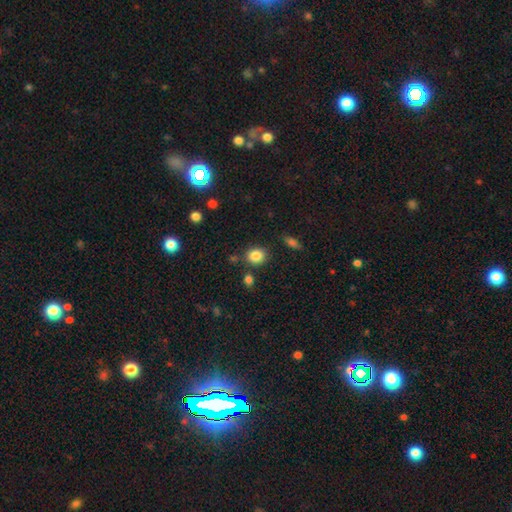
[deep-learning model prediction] This appears to be a smooth galaxy with no disk features (85%) that is round (63%). Merging: none (80%).